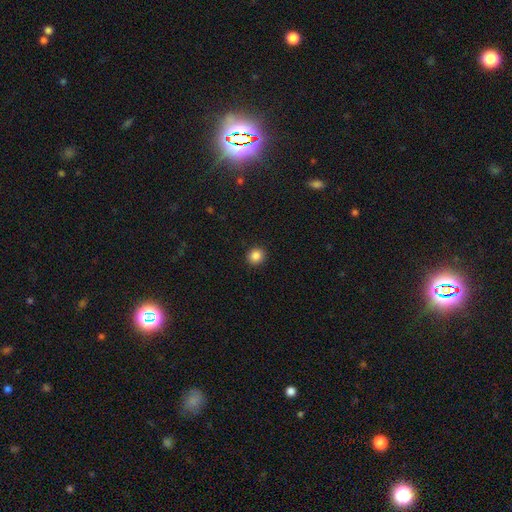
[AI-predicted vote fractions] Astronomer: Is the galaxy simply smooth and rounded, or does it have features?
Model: smooth — 86%.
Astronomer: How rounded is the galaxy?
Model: round — 88%.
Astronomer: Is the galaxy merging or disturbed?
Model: none — 92%.